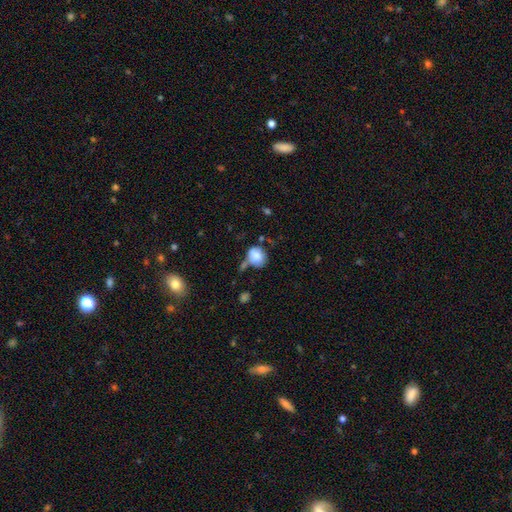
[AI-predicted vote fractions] Smooth or featured?
  - smooth: 80% *
  - featured or disk: 11%
  - star or artifact: 8%
How rounded?
  - round: 68% *
  - in between: 31%
  - cigar-shaped: 1%
Merging?
  - none: 48% *
  - minor disturbance: 25%
  - merger: 18%
  - major disturbance: 9%